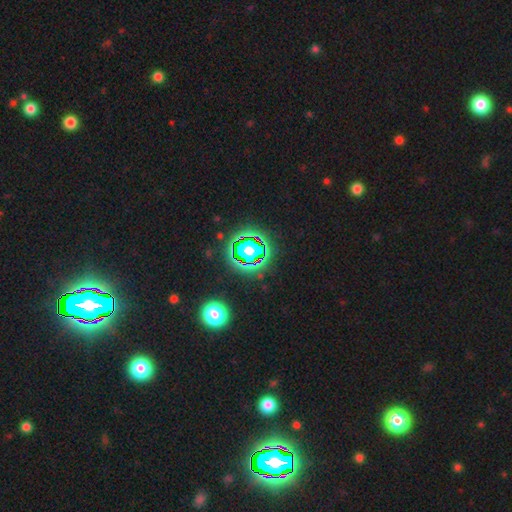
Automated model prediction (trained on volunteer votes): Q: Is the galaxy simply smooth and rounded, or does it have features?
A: star or artifact — 73%.